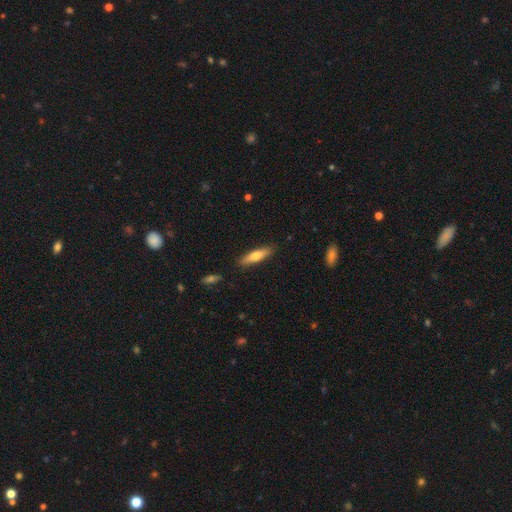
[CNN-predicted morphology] Smooth or featured?
  - smooth: 67% *
  - featured or disk: 27%
  - star or artifact: 6%
How rounded?
  - cigar-shaped: 73% *
  - in between: 25%
  - round: 2%
Merging?
  - none: 87% *
  - minor disturbance: 9%
  - major disturbance: 2%
  - merger: 2%